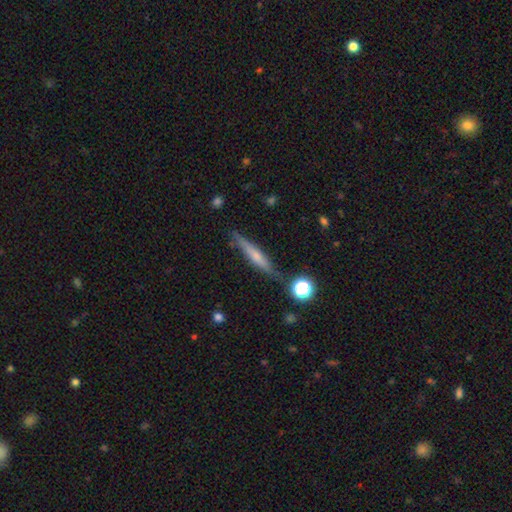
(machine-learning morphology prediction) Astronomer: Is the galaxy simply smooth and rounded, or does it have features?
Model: smooth — 47% (runner-up: featured or disk, 45%).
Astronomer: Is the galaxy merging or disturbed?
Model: none — 80%.